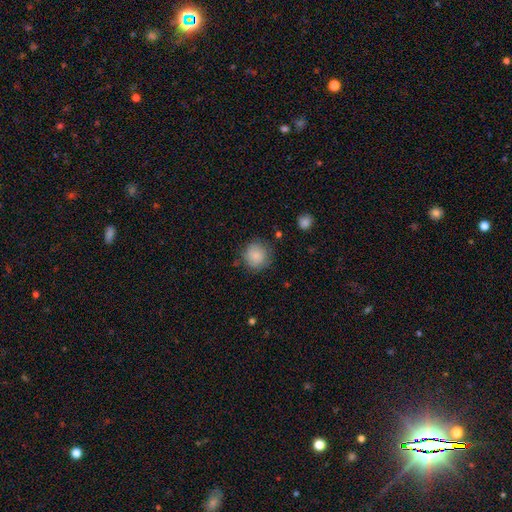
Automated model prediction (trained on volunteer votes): Smooth or featured? smooth (85%)
How rounded? round (91%)
Merging? none (77%)